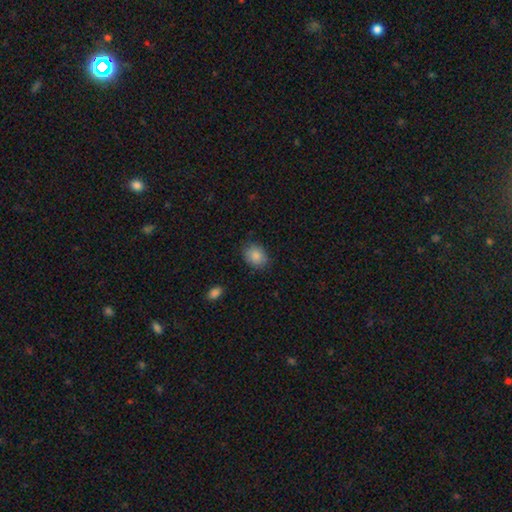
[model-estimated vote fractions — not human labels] Smooth or featured? smooth (85%)
How rounded? in between (59%)
Merging? none (82%)